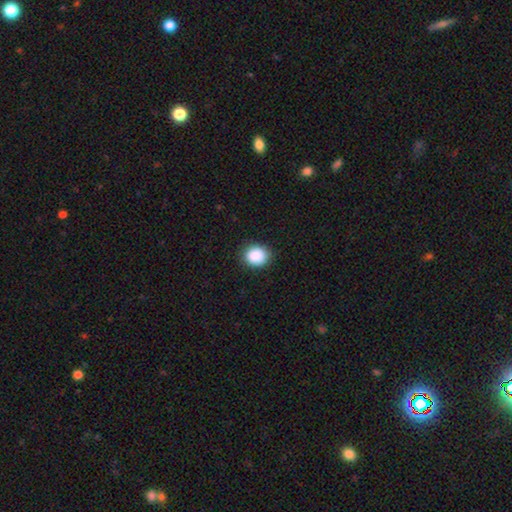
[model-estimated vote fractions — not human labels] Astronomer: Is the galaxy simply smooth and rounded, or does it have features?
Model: smooth — 88%.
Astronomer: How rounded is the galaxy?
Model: round — 75%.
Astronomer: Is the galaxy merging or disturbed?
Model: none — 87%.